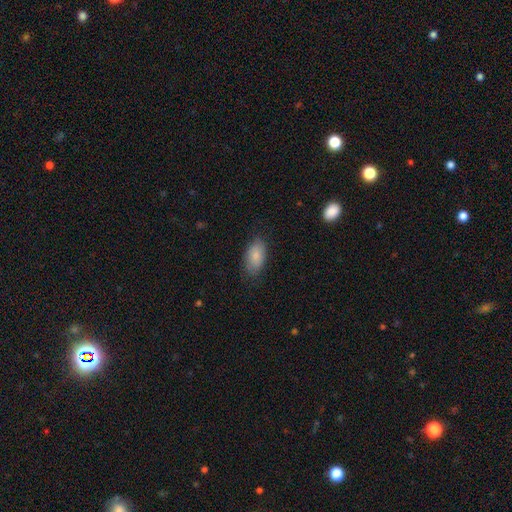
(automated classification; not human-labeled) smooth-or-featured: smooth: 84% | featured or disk: 10% | star or artifact: 6%
  how-rounded: in between: 93% | cigar-shaped: 4% | round: 3%
  merging: none: 77% | minor disturbance: 18% | major disturbance: 4% | merger: 1%